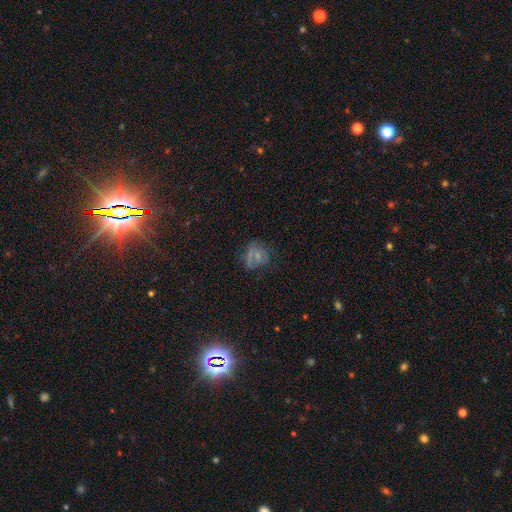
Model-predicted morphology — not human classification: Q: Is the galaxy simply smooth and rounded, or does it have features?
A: smooth — 54%.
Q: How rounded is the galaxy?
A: round — 80%.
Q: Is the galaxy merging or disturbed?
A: none — 70%.